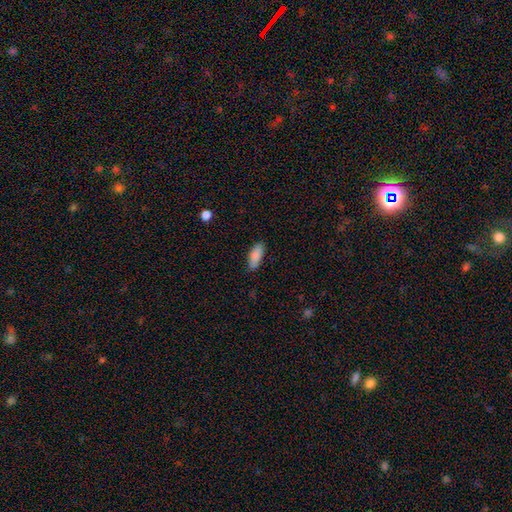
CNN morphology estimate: A smooth galaxy with no disk features (86%) that is in between round and cigar-shaped (78%). Merging: none (82%).